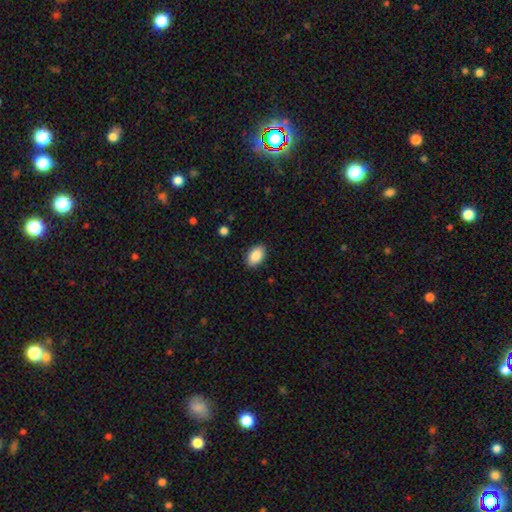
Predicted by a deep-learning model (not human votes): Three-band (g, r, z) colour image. It shows a smooth galaxy with no disk features (89%) that is in between round and cigar-shaped (92%). Merging: none (88%).